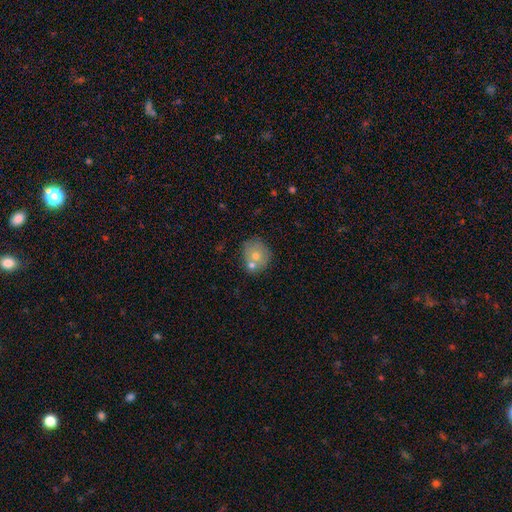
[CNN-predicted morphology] A smooth galaxy with no disk features (66%) that is round (76%).

Vote fractions:
- Smooth or featured? smooth: 66% / featured or disk: 23% / star or artifact: 11%
- How rounded? round: 76% / in between: 23% / cigar-shaped: 1%
- Merging? none: 57% / merger: 26% / minor disturbance: 13% / major disturbance: 4%